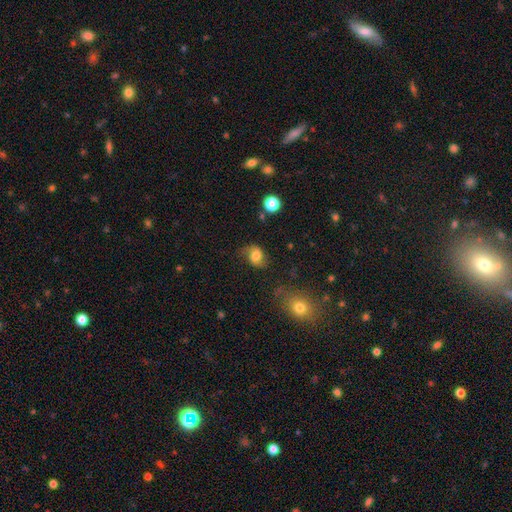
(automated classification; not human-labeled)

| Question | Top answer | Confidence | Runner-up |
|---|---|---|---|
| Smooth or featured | smooth | 54% | featured or disk (35%) |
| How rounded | in between | 61% | round (37%) |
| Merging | none | 60% | minor disturbance (24%) |